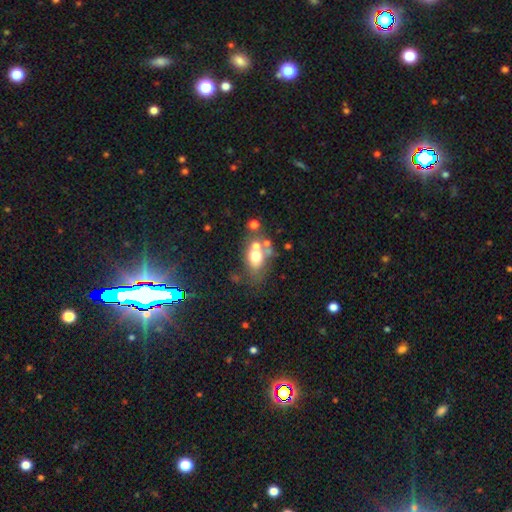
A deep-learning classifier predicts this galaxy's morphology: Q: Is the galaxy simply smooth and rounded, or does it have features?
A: smooth — 58%.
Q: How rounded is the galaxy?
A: in between — 68%.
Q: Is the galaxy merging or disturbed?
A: none — 39%.